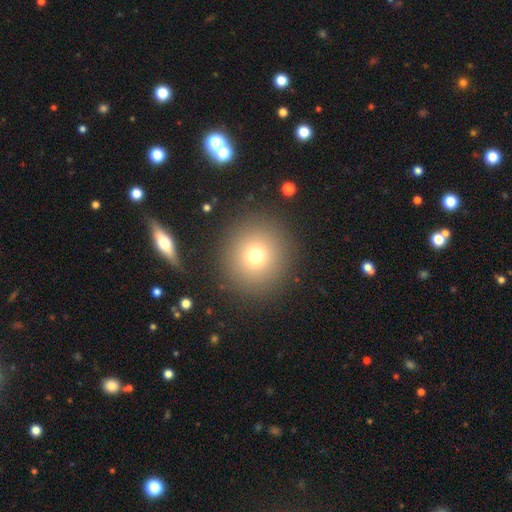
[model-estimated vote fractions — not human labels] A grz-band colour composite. It shows a smooth galaxy with no disk features (72%) that is round (93%). Merging: none (88%).